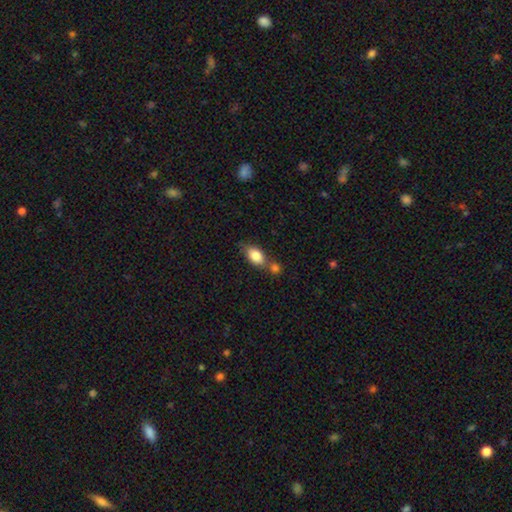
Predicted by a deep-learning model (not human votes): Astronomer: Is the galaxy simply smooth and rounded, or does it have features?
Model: smooth — 81%.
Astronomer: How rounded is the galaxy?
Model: in between — 84%.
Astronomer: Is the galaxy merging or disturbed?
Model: none — 43% (runner-up: merger, 37%).